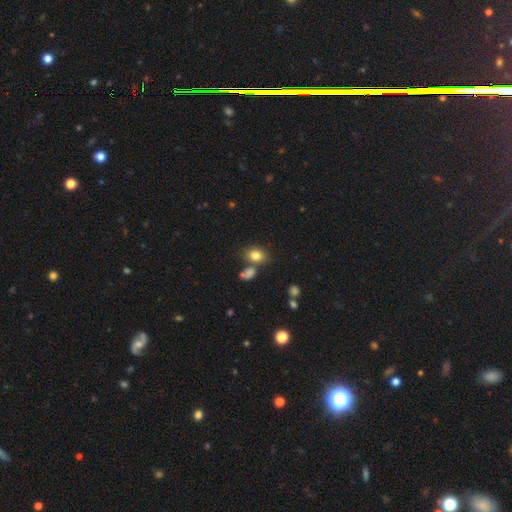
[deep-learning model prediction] Overall: smooth (81%). How rounded: in between (69%; round 30%). Merging: none (64%).